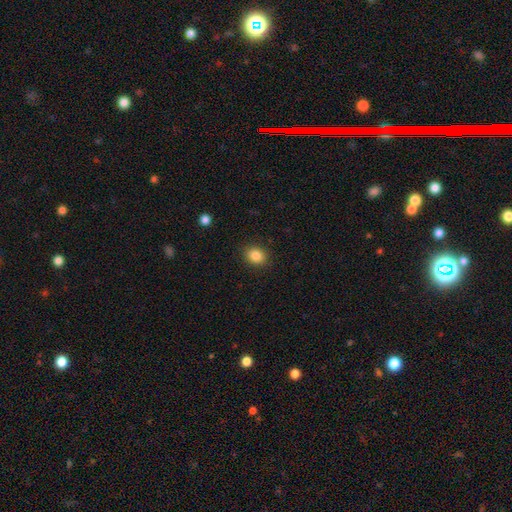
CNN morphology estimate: smooth_or_featured: smooth (p=0.85) [alt: star or artifact p=0.10]
how_rounded: round (p=0.58) [alt: in between p=0.41]
merging: none (p=0.90) [alt: minor disturbance p=0.07]